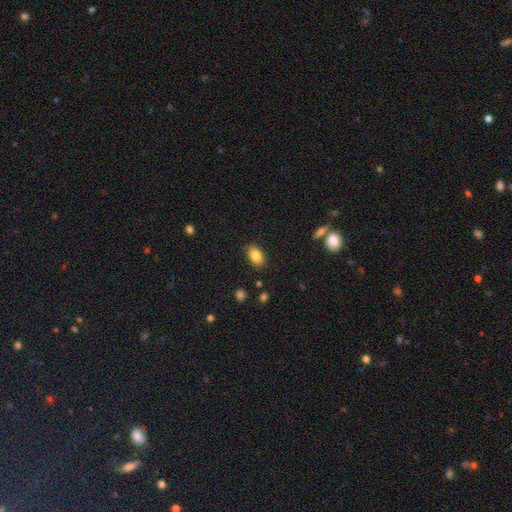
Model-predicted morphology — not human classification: Smooth or featured? Predicted: smooth (p=0.83). How rounded? Predicted: in between (p=0.89). Merging? Predicted: none (p=0.85).